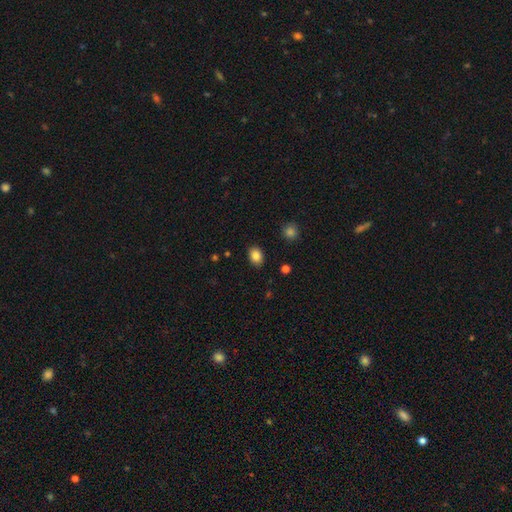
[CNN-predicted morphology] smooth 85%, star or artifact 9%, featured or disk 5%. Down the decision tree: how rounded — in between (70%); merging — none (87%).